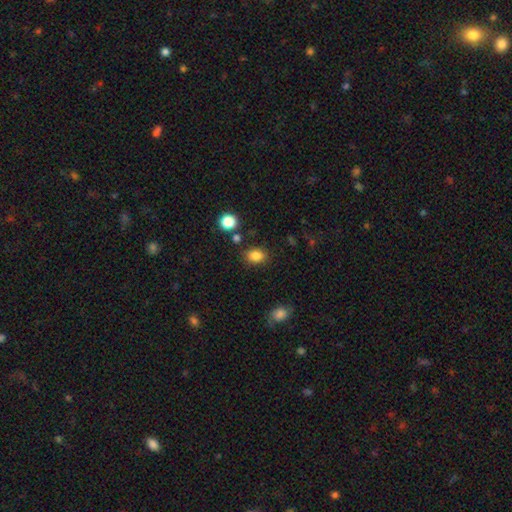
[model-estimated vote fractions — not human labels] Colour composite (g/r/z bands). It shows a smooth galaxy with no disk features (84%) that is in between round and cigar-shaped (64%). Merging: none (82%).